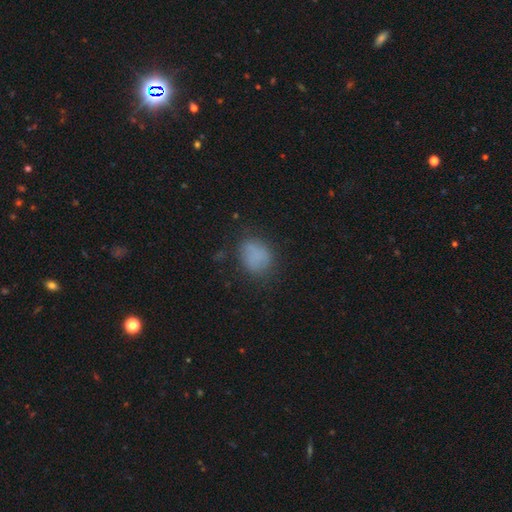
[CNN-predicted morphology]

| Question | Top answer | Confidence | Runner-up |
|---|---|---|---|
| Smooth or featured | smooth | 78% | star or artifact (12%) |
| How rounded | round | 50% | in between (49%) |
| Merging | none | 67% | minor disturbance (22%) |